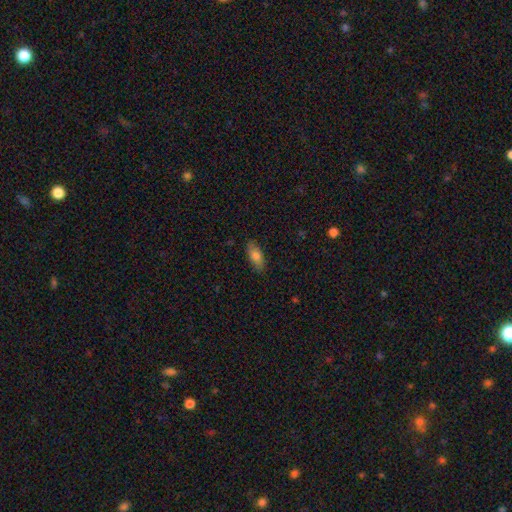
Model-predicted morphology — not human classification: The model was most divided on "smooth or featured": smooth: 79%, featured or disk: 14%, star or artifact: 7%. More confident: merging — none (84%); how rounded — in between (81%).